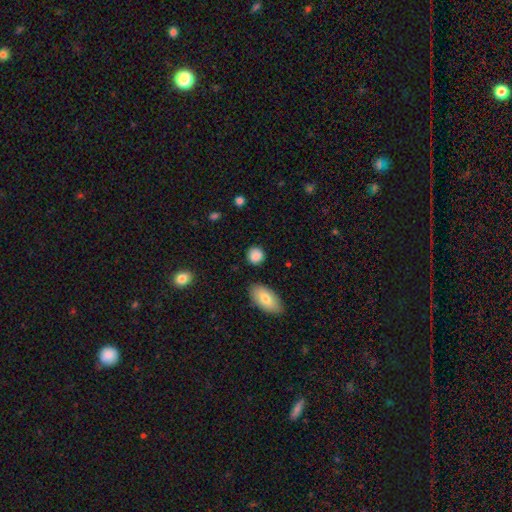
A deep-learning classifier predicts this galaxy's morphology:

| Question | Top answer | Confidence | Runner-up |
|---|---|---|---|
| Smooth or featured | smooth | 87% | star or artifact (8%) |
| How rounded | round | 79% | in between (19%) |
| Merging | none | 84% | minor disturbance (10%) |